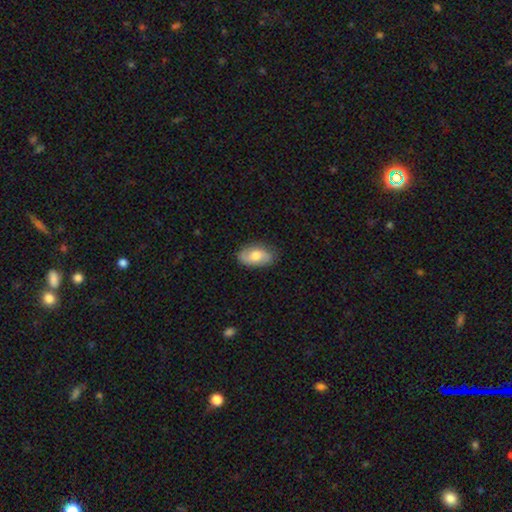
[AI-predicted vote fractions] This is possibly a featured or disk galaxy (47%). Merging: clearly none (81%).